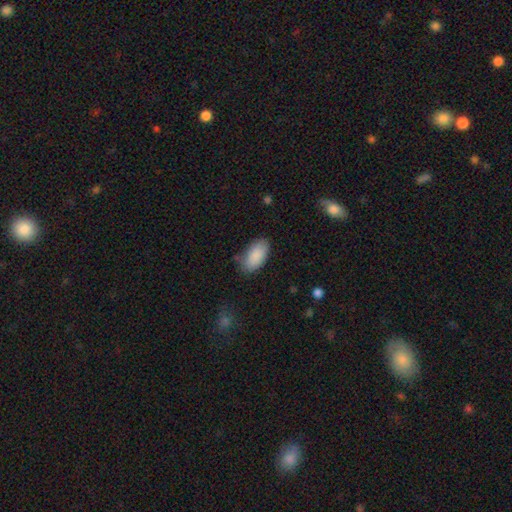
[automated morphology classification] smooth 89%, star or artifact 6%, featured or disk 5%. Down the decision tree: how rounded — in between (95%); merging — none (77%).